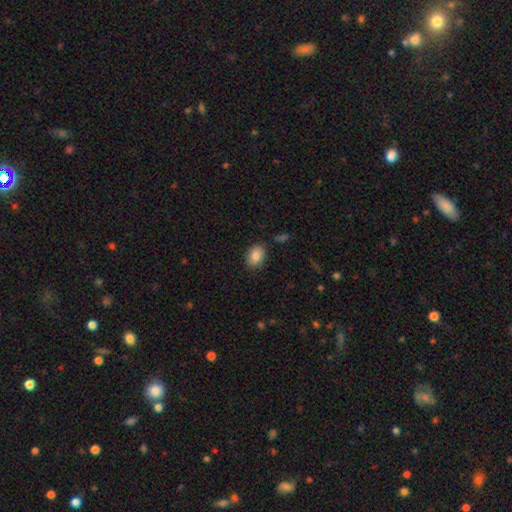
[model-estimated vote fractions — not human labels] This is clearly a smooth galaxy (85%). How rounded: likely in between (74%). Merging: clearly none (86%).